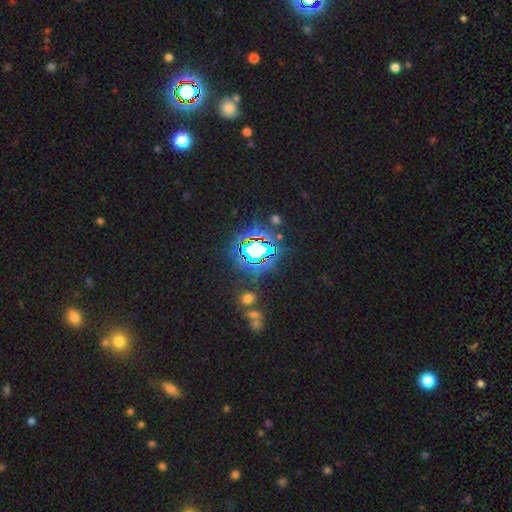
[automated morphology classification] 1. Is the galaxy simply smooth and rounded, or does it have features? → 79% star or artifact, 13% smooth, 8% featured or disk.